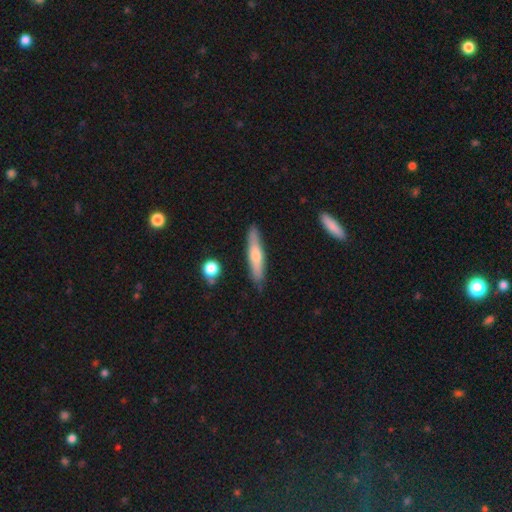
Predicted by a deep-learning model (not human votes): smooth-or-featured: smooth: 56% | featured or disk: 38% | star or artifact: 6%
  how-rounded: cigar-shaped: 87% | in between: 11% | round: 2%
  merging: none: 85% | minor disturbance: 11% | merger: 2% | major disturbance: 2%